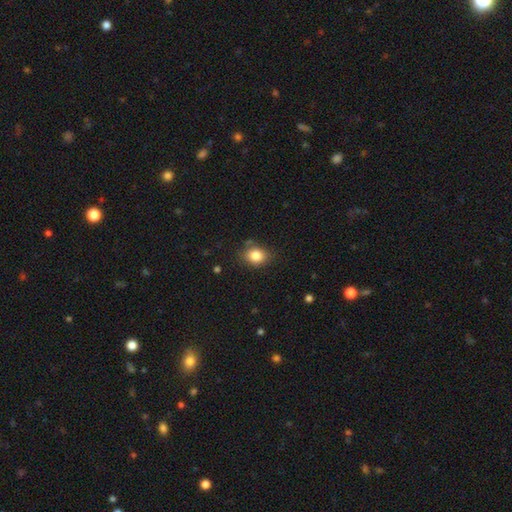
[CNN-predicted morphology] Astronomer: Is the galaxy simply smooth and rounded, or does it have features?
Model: smooth — 83%.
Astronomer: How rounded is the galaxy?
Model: in between — 50% (runner-up: round, 49%).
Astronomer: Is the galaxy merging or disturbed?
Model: none — 79%.